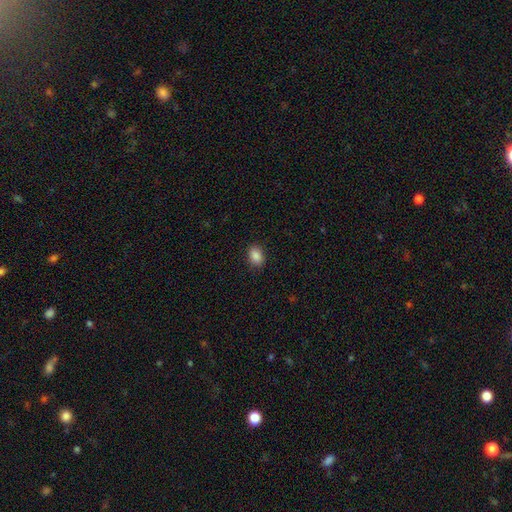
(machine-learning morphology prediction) Q: Smooth or featured?
A: smooth (88%); runner-up: star or artifact (9%)
Q: How rounded?
A: in between (79%); runner-up: round (19%)
Q: Merging?
A: none (88%); runner-up: minor disturbance (8%)